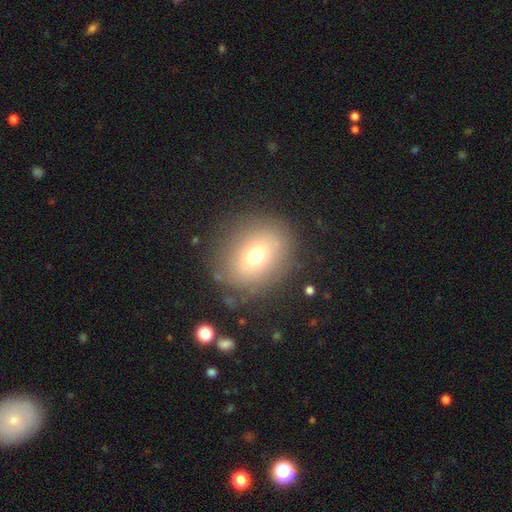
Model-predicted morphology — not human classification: smooth_or_featured: smooth (p=0.68) [alt: featured or disk p=0.18]
how_rounded: round (p=0.57) [alt: in between p=0.42]
merging: none (p=0.80) [alt: minor disturbance p=0.13]